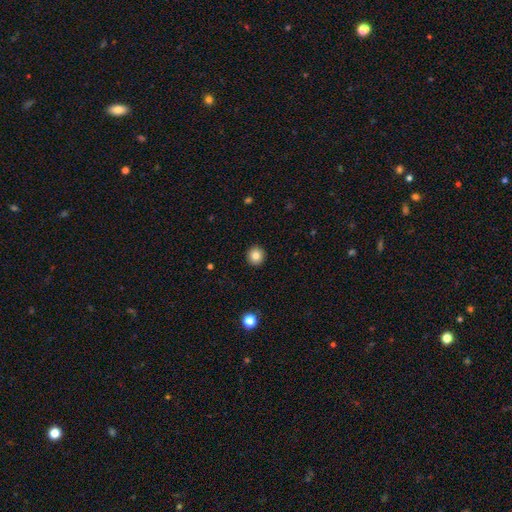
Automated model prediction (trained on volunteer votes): Smooth or featured?
  - smooth: 83% *
  - star or artifact: 10%
  - featured or disk: 7%
How rounded?
  - round: 93% *
  - in between: 6%
  - cigar-shaped: 1%
Merging?
  - none: 93% *
  - minor disturbance: 5%
  - major disturbance: 2%
  - merger: 1%